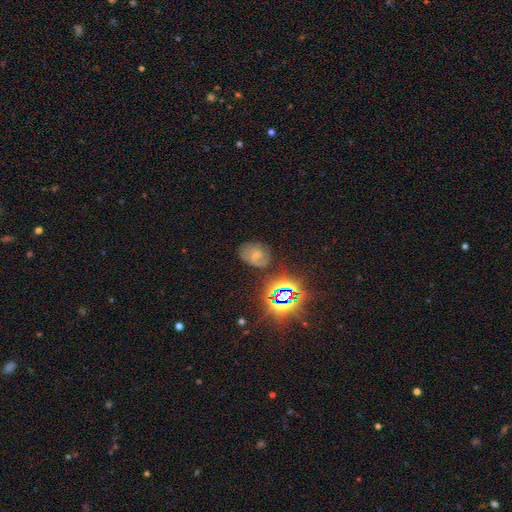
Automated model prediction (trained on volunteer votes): This is marginally a featured or disk galaxy (42%). Merging: likely none (65%).